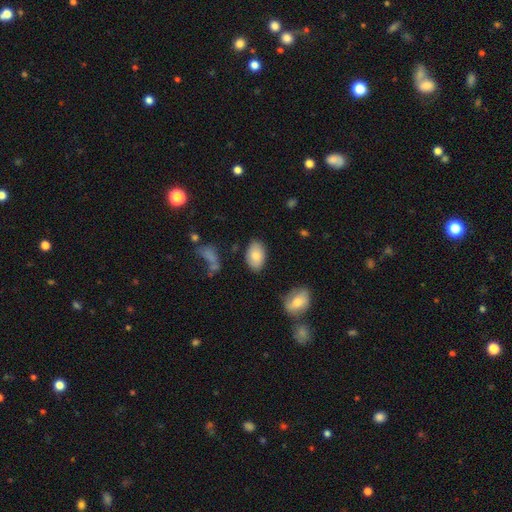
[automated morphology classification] smooth-or-featured: smooth: 81% | featured or disk: 12% | star or artifact: 7%
  how-rounded: in between: 92% | round: 7% | cigar-shaped: 1%
  merging: none: 83% | minor disturbance: 12% | major disturbance: 3% | merger: 3%